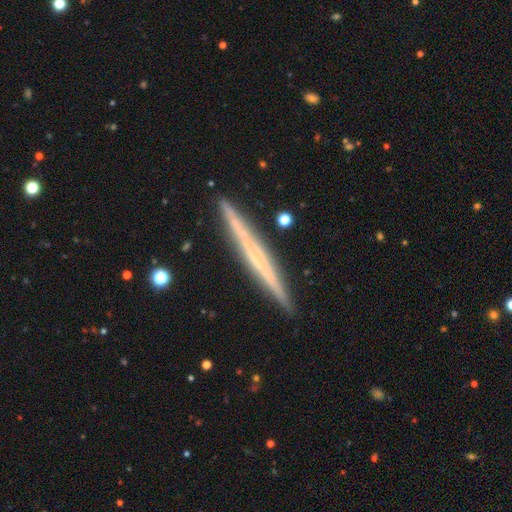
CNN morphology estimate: smooth_or_featured: featured or disk (p=0.63) [alt: smooth p=0.31]
disk_edge_on: yes (p=0.98) [alt: no p=0.02]
edge_on_bulge: none (p=0.78) [alt: rounded p=0.15]
merging: none (p=0.90) [alt: minor disturbance p=0.07]